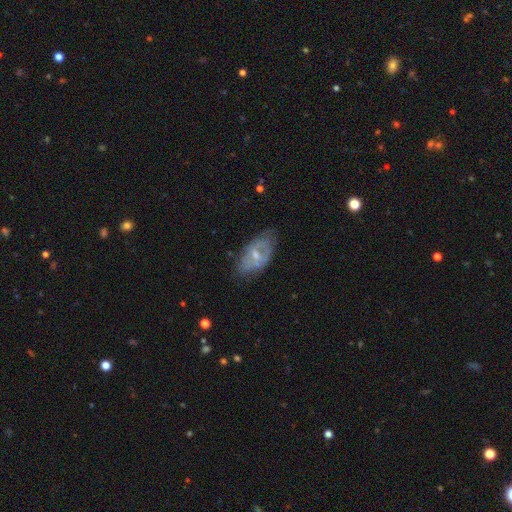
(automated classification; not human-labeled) Q: Smooth or featured?
A: featured or disk (58%); runner-up: smooth (35%)
Q: Edge-on disk?
A: no (90%); runner-up: yes (10%)
Q: Bar?
A: no (48%); runner-up: weak (40%)
Q: Spiral arms?
A: no (62%); runner-up: yes (38%)
Q: Bulge size?
A: small (47%); runner-up: moderate (45%)
Q: Merging?
A: none (60%); runner-up: minor disturbance (26%)